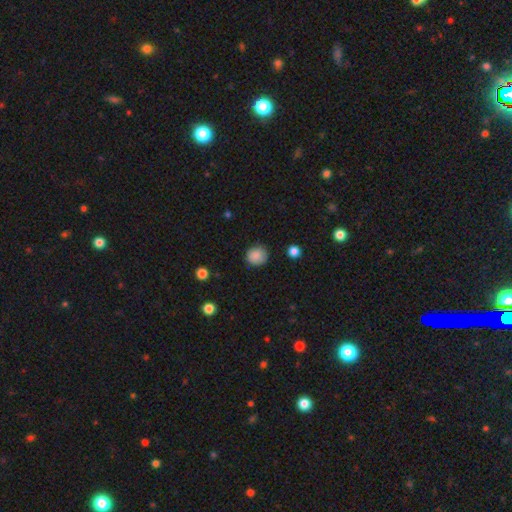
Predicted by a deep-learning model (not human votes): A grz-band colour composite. It shows a smooth galaxy with no disk features (87%) that is round (84%). Merging: none (85%).